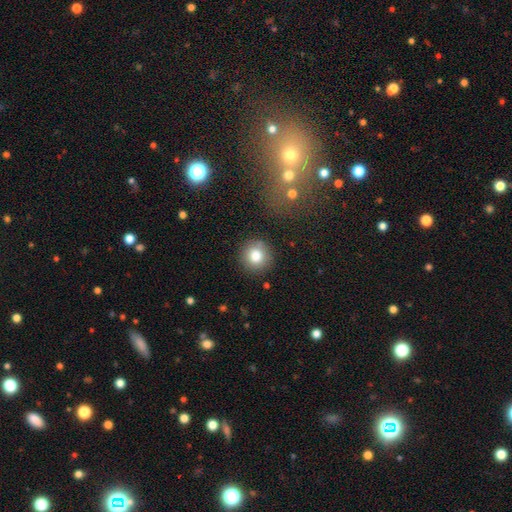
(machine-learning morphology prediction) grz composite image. It shows a smooth galaxy with no disk features (82%) that is round (92%). Merging: none (86%).